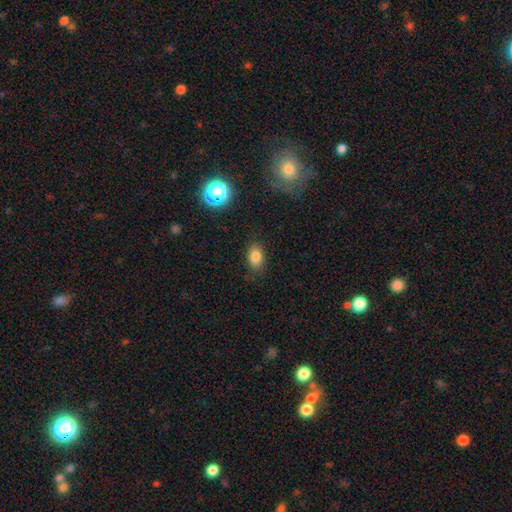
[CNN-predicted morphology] This appears to be a smooth galaxy with no disk features (81%) that is in between round and cigar-shaped (84%). Merging: none (85%).